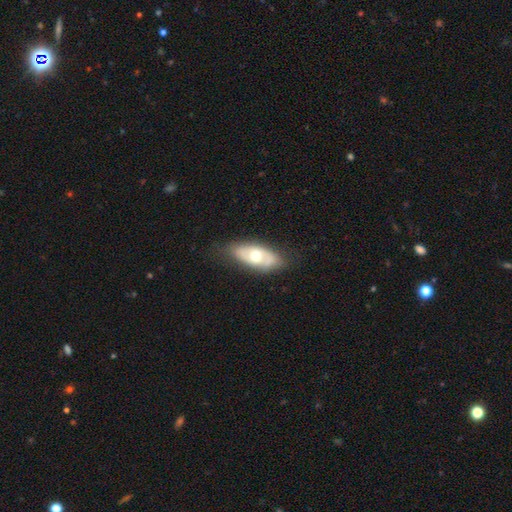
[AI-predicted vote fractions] Smooth or featured: featured or disk — 48% (smooth — 46%)
Merging: none — 76% (minor disturbance — 18%)